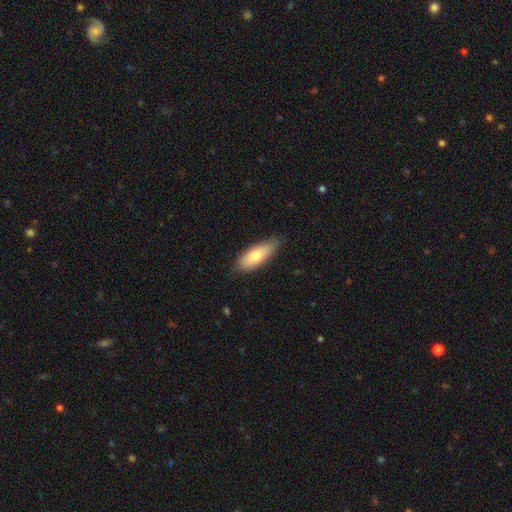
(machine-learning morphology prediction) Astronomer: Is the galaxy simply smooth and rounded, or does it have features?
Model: smooth — 71%.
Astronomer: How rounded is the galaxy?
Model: in between — 69%.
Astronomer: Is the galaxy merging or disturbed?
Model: none — 75%.